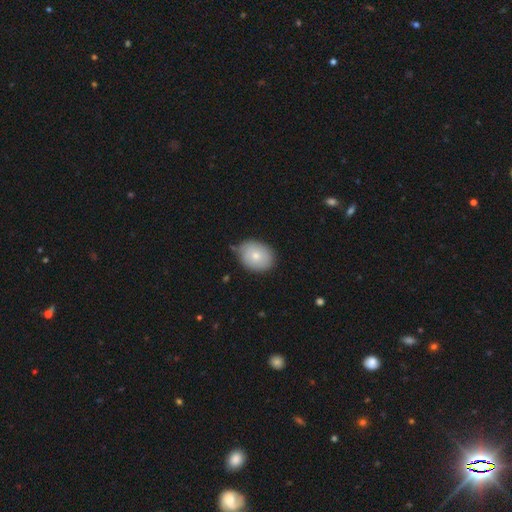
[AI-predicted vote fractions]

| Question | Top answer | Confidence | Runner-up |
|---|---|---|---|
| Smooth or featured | smooth | 75% | featured or disk (18%) |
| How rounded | in between | 55% | round (44%) |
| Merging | none | 76% | minor disturbance (18%) |